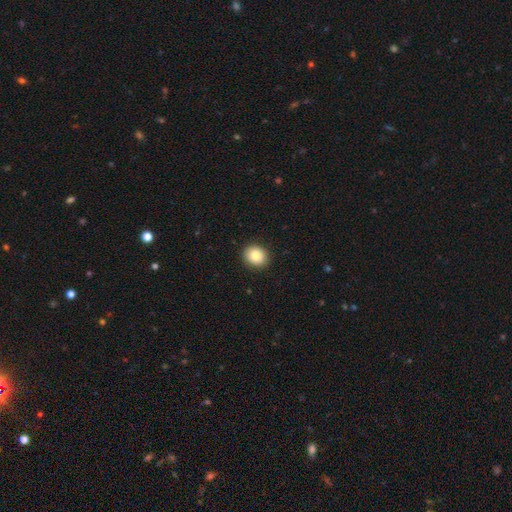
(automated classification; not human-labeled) Morphology: type=smooth (86%); roundness=round (67%); merging=none (90%).